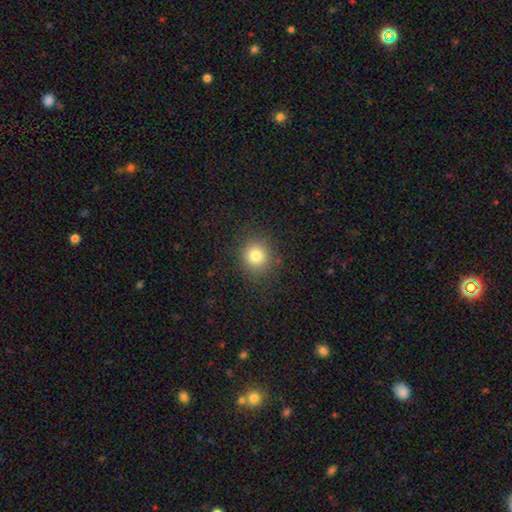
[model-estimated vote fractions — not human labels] smooth 79%, star or artifact 13%, featured or disk 7%. Down the decision tree: how rounded — round (87%); merging — none (88%).